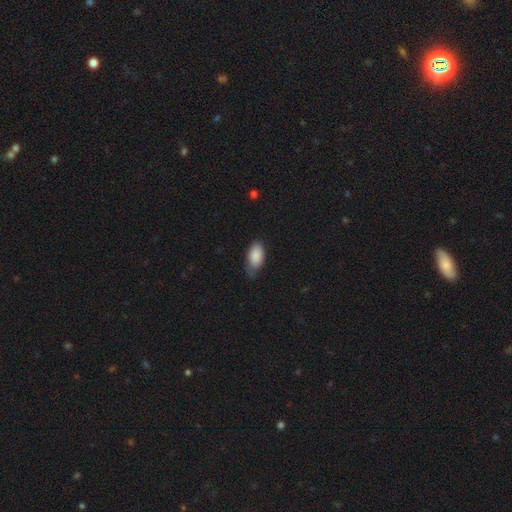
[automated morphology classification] smooth-or-featured: smooth: 87% | star or artifact: 6% | featured or disk: 6%
  how-rounded: in between: 93% | cigar-shaped: 4% | round: 3%
  merging: none: 53% | minor disturbance: 38% | major disturbance: 8% | merger: 2%